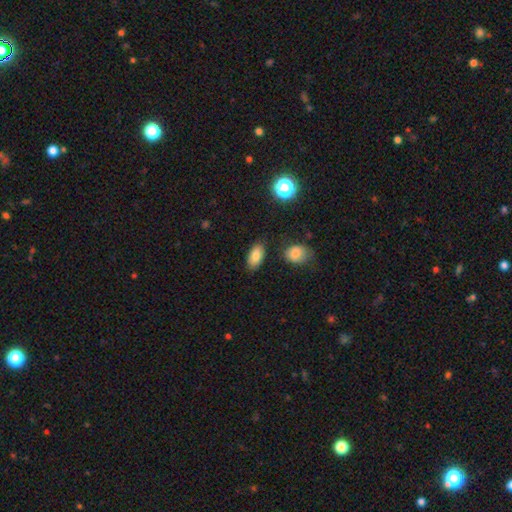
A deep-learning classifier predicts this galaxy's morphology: type=smooth (82%); roundness=in between (92%); merging=none (83%).